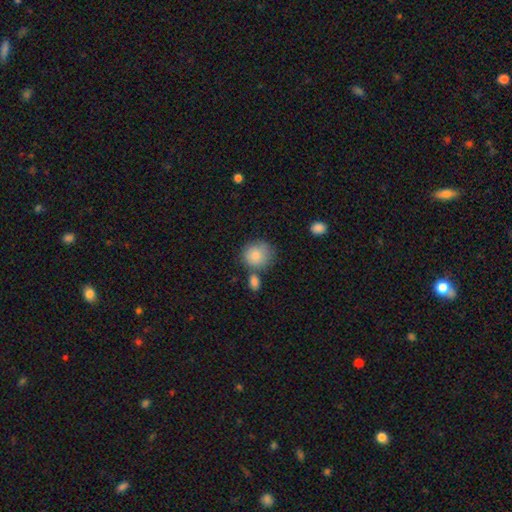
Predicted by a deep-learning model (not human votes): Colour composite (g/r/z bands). It shows a smooth galaxy with no disk features (84%) that is round (83%). Merging: none (55%).